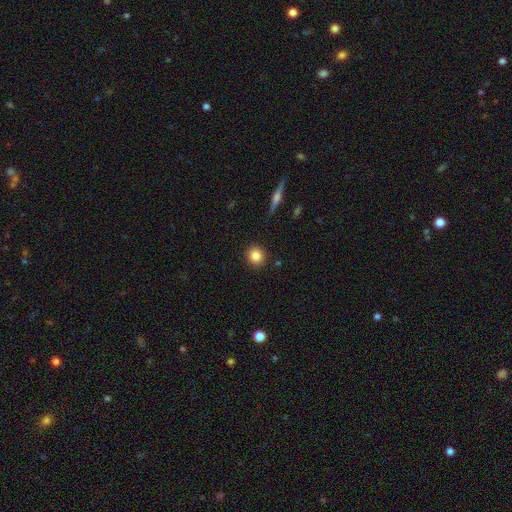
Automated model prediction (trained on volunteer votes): The model was most divided on "smooth or featured": smooth: 84%, star or artifact: 10%, featured or disk: 6%. More confident: how rounded — round (91%); merging — none (91%).